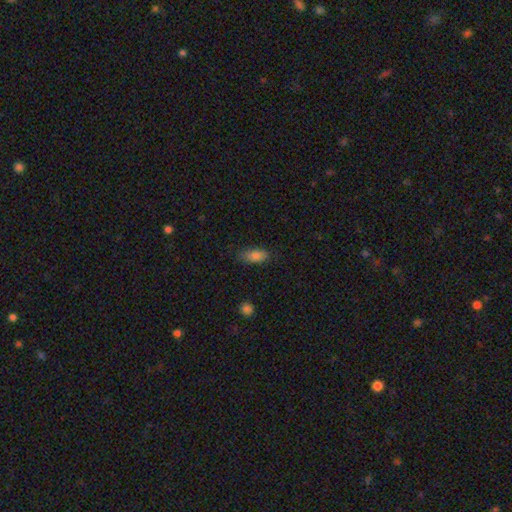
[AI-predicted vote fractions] smooth 83%, featured or disk 9%, star or artifact 9%. Down the decision tree: how rounded — in between (87%); merging — none (78%).